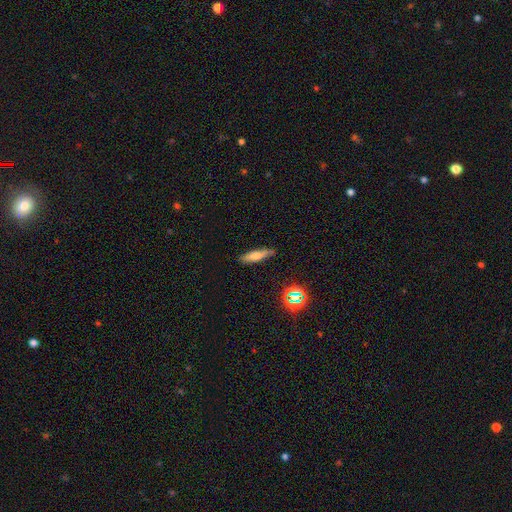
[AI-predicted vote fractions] smooth_or_featured: smooth (p=0.62) [alt: featured or disk p=0.26]
how_rounded: cigar-shaped (p=0.72) [alt: in between p=0.25]
merging: none (p=0.83) [alt: minor disturbance p=0.12]